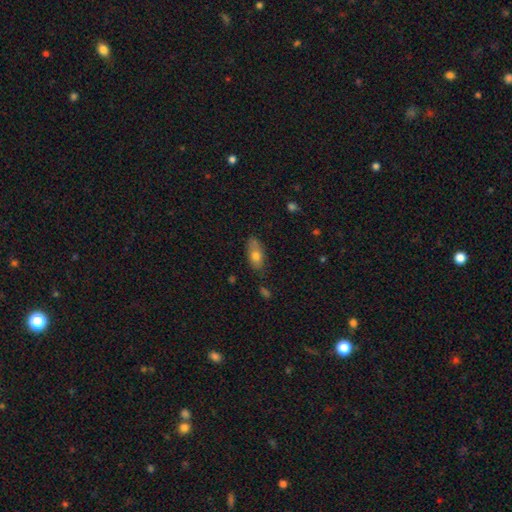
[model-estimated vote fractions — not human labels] A smooth galaxy with no disk features (72%) that is in between round and cigar-shaped (85%).

Vote fractions:
- Smooth or featured? smooth: 72% / featured or disk: 20% / star or artifact: 8%
- How rounded? in between: 85% / cigar-shaped: 11% / round: 5%
- Merging? none: 67% / minor disturbance: 23% / major disturbance: 5% / merger: 4%